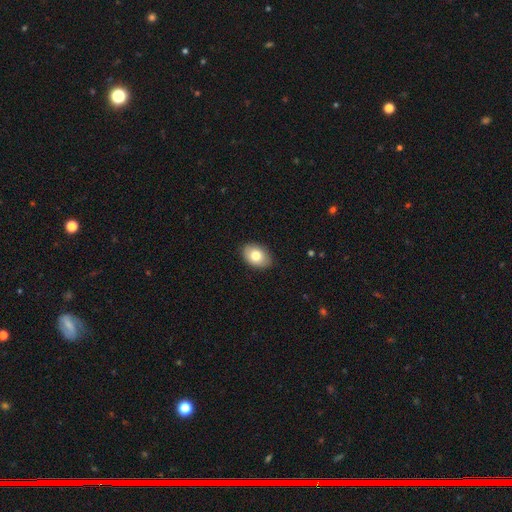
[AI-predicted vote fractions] smooth-or-featured: smooth: 81% | featured or disk: 12% | star or artifact: 7%
  how-rounded: in between: 84% | round: 15% | cigar-shaped: 1%
  merging: none: 87% | minor disturbance: 10% | major disturbance: 2% | merger: 1%